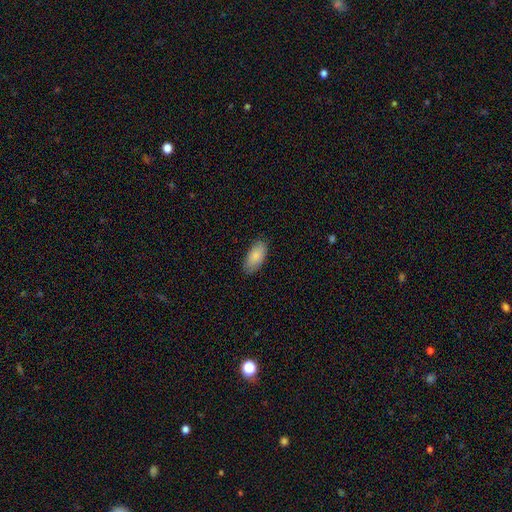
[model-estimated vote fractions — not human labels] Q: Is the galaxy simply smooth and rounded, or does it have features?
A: smooth — 85%.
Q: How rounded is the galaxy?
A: in between — 93%.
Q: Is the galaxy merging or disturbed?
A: none — 84%.